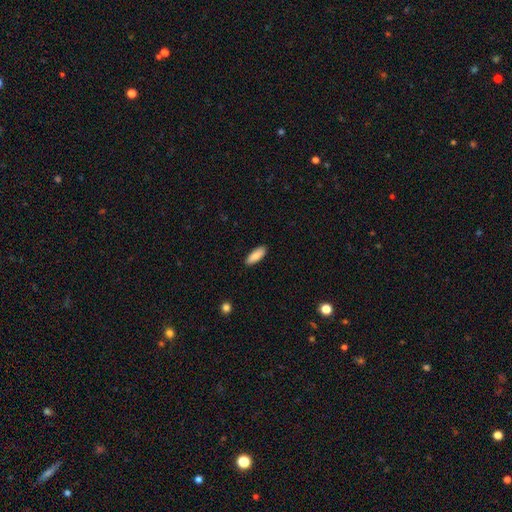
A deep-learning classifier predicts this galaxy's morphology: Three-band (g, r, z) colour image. It shows a smooth galaxy with no disk features (88%) that is in between round and cigar-shaped (74%). Merging: none (89%).